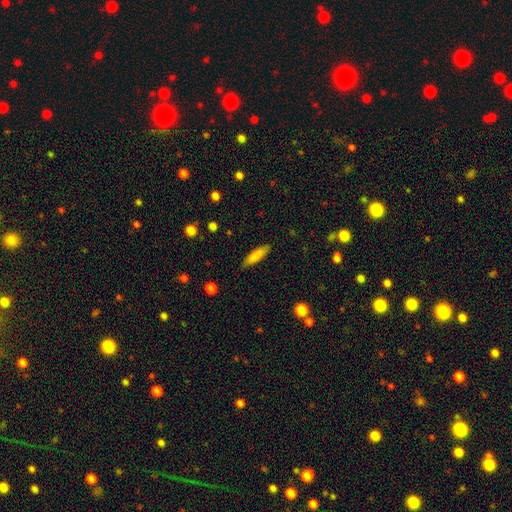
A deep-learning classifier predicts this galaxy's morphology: Q: Smooth or featured?
A: smooth (84%); runner-up: featured or disk (9%)
Q: How rounded?
A: cigar-shaped (70%); runner-up: in between (28%)
Q: Merging?
A: none (84%); runner-up: minor disturbance (12%)